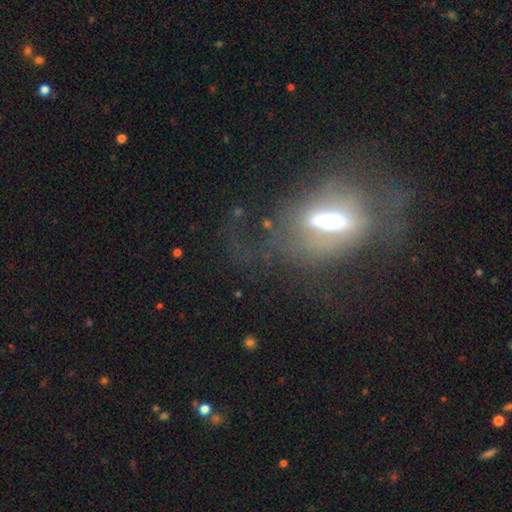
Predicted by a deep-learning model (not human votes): This appears to be a featured or disk galaxy (63%). Merging: none (53%).